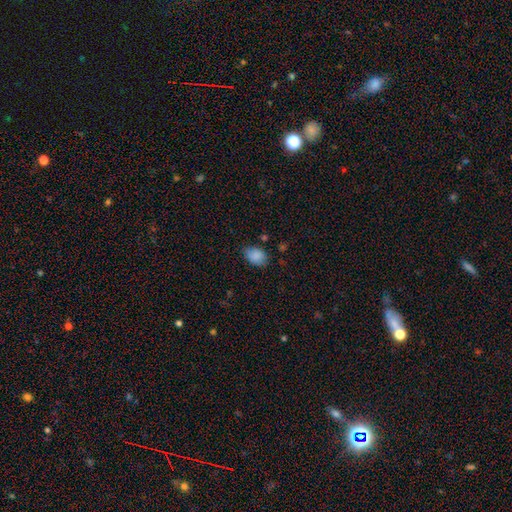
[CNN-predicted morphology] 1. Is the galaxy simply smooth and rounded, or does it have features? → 86% smooth, 9% star or artifact, 6% featured or disk.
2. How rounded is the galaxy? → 74% in between, 25% round, 1% cigar-shaped.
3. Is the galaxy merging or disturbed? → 67% none, 26% minor disturbance, 5% major disturbance, 2% merger.